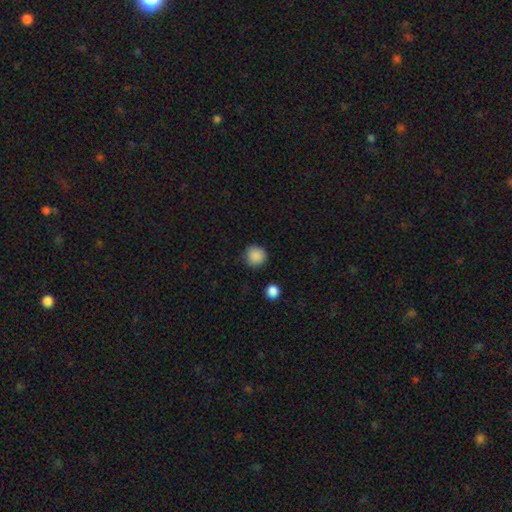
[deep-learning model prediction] This appears to be a smooth galaxy with no disk features (88%) that is round (94%). Merging: none (89%).